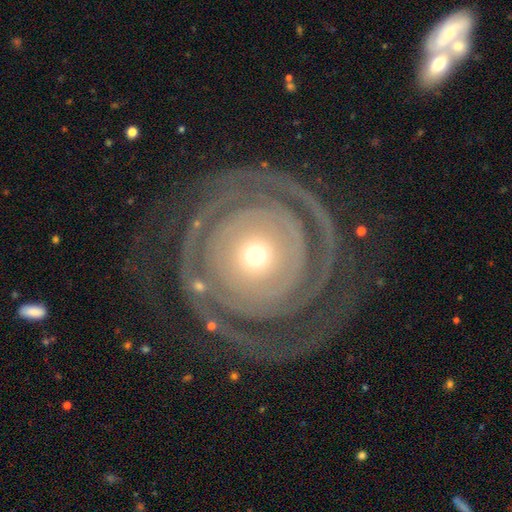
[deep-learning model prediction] smooth_or_featured: featured or disk (p=0.85) [alt: smooth p=0.10]
disk_edge_on: no (p=0.97) [alt: yes p=0.03]
bar: no (p=0.89) [alt: weak p=0.07]
has_spiral_arms: yes (p=0.86) [alt: no p=0.14]
spiral_winding: tight (p=0.80) [alt: medium p=0.13]
spiral_arm_count: 2 (p=0.44) [alt: can't tell p=0.22]
bulge_size: small (p=0.59) [alt: moderate p=0.35]
merging: none (p=0.71) [alt: major disturbance p=0.14]